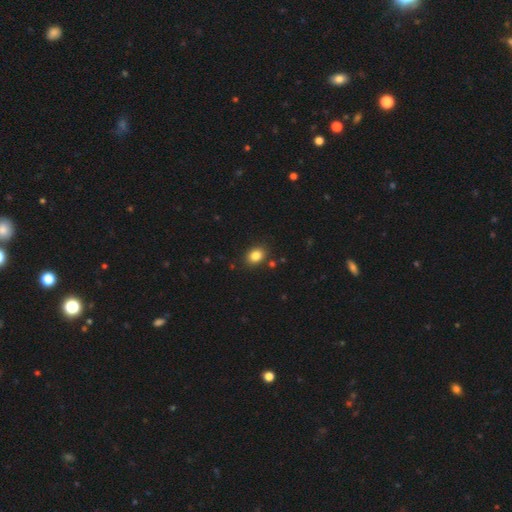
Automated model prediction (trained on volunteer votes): The model was most divided on "how rounded": in between: 59%, round: 40%, cigar-shaped: 1%. More confident: merging — none (86%); smooth or featured — smooth (84%).